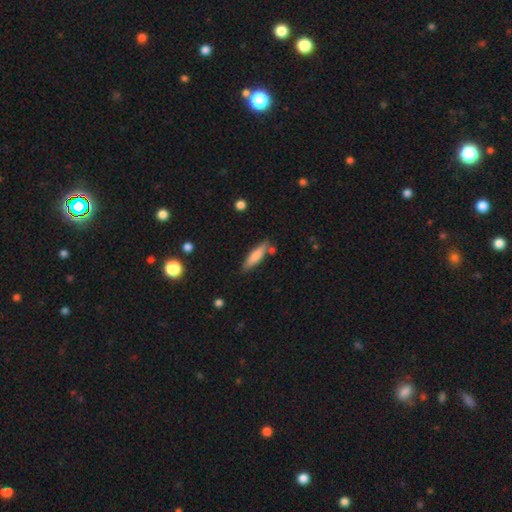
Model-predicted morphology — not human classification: A smooth galaxy with no disk features (74%) that is cigar-shaped (72%).

Vote fractions:
- Smooth or featured? smooth: 74% / featured or disk: 20% / star or artifact: 6%
- How rounded? cigar-shaped: 72% / in between: 27% / round: 2%
- Merging? none: 78% / minor disturbance: 14% / merger: 6% / major disturbance: 3%